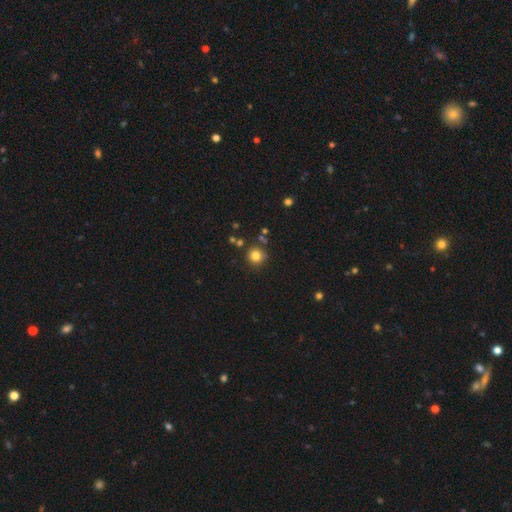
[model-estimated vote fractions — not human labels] smooth_or_featured: smooth (p=0.81) [alt: star or artifact p=0.13]
how_rounded: round (p=0.92) [alt: in between p=0.07]
merging: none (p=0.82) [alt: minor disturbance p=0.10]